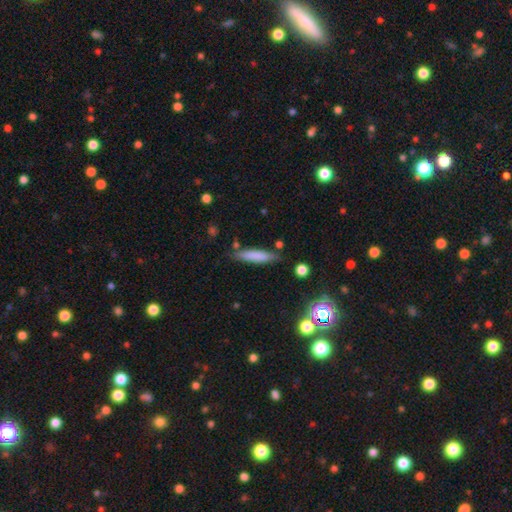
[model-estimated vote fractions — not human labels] Smooth or featured: smooth — 76% (featured or disk — 16%)
How rounded: cigar-shaped — 83% (in between — 15%)
Merging: none — 79% (minor disturbance — 14%)